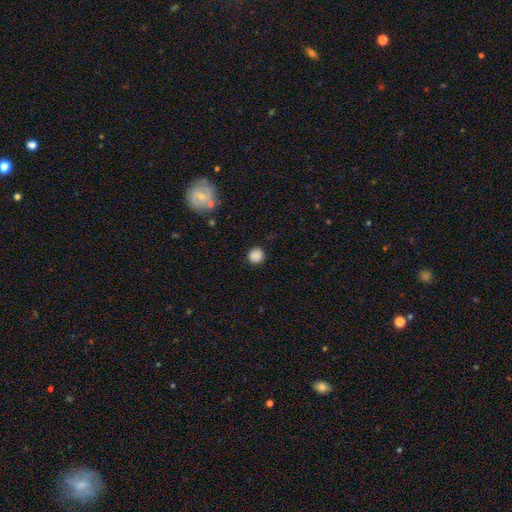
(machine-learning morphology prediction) A smooth galaxy with no disk features (86%) that is round (92%).

Vote fractions:
- Smooth or featured? smooth: 86% / star or artifact: 11% / featured or disk: 3%
- How rounded? round: 92% / in between: 7% / cigar-shaped: 1%
- Merging? none: 90% / minor disturbance: 6% / major disturbance: 2% / merger: 2%